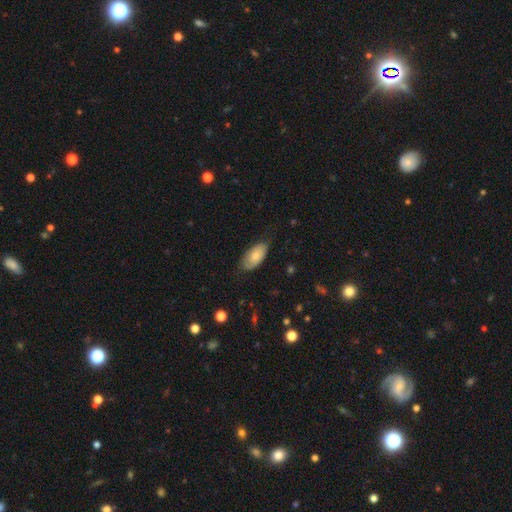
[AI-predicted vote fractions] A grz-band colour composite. It shows a smooth galaxy with no disk features (69%) that is in between round and cigar-shaped (94%). Merging: none (67%).